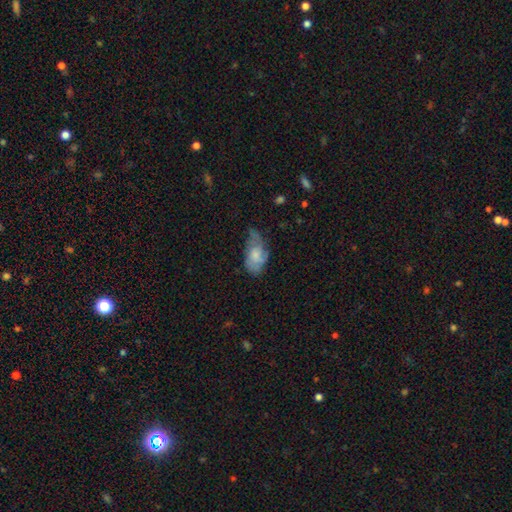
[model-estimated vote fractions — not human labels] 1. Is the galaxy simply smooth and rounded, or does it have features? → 57% smooth, 36% featured or disk, 7% star or artifact.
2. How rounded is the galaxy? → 91% in between, 5% round, 4% cigar-shaped.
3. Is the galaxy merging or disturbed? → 40% minor disturbance, 34% none, 24% major disturbance, 2% merger.